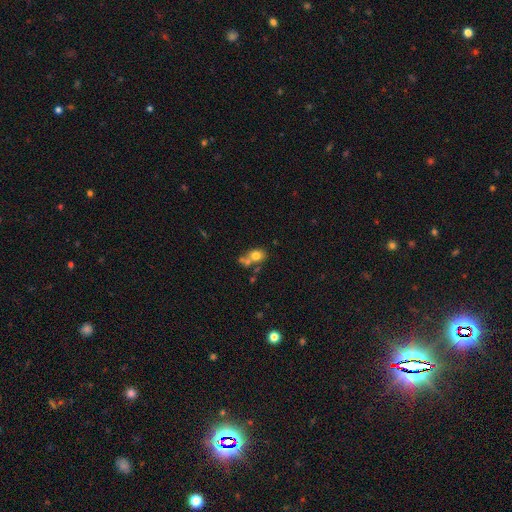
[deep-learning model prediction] Q: Smooth or featured?
A: smooth (72%); runner-up: featured or disk (16%)
Q: How rounded?
A: round (54%); runner-up: in between (45%)
Q: Merging?
A: merger (40%); runner-up: none (39%)